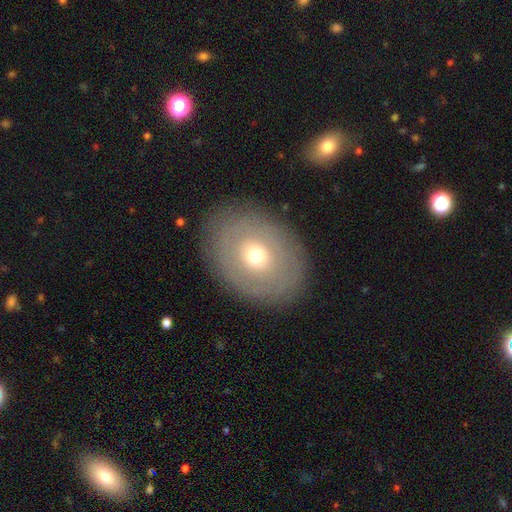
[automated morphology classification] Smooth or featured? Predicted: smooth (p=0.48). Merging? Predicted: none (p=0.83).